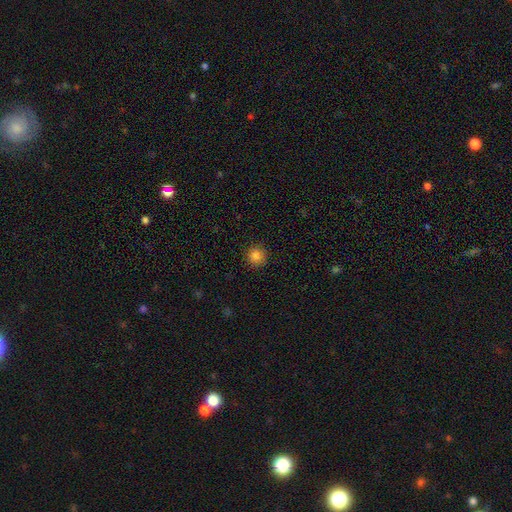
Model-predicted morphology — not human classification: A smooth galaxy with no disk features (83%) that is round (93%).

Vote fractions:
- Smooth or featured? smooth: 83% / star or artifact: 12% / featured or disk: 4%
- How rounded? round: 93% / in between: 6% / cigar-shaped: 1%
- Merging? none: 90% / minor disturbance: 7% / major disturbance: 2% / merger: 1%